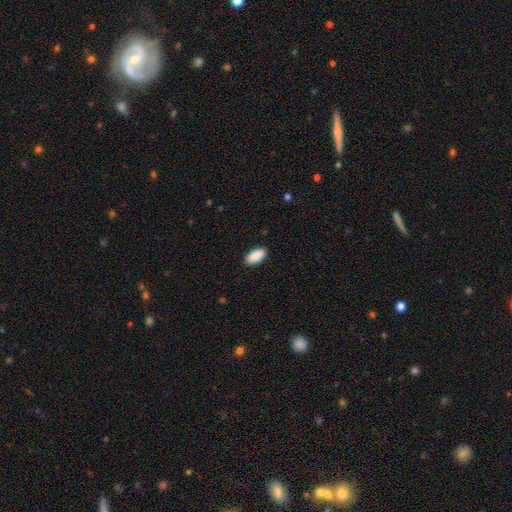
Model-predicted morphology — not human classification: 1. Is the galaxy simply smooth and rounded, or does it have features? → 91% smooth, 6% star or artifact, 3% featured or disk.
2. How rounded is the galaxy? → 90% in between, 8% cigar-shaped, 2% round.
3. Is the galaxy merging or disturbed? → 89% none, 8% minor disturbance, 2% major disturbance, 1% merger.